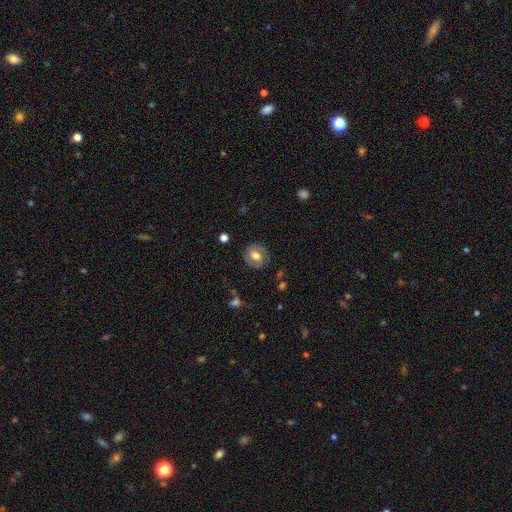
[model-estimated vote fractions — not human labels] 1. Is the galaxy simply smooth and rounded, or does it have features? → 53% smooth, 40% featured or disk, 8% star or artifact.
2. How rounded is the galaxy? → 69% round, 29% in between, 1% cigar-shaped.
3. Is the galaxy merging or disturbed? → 81% none, 13% minor disturbance, 5% major disturbance, 1% merger.